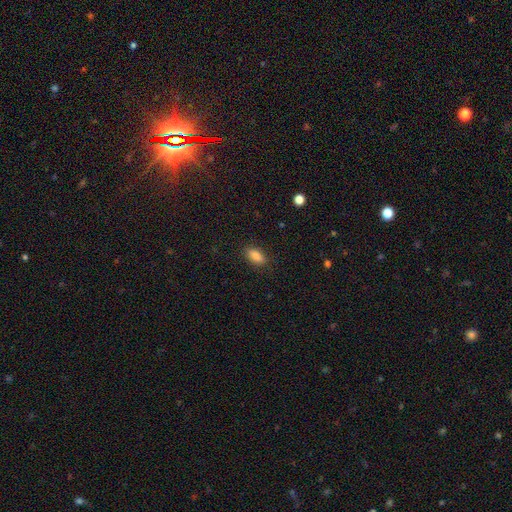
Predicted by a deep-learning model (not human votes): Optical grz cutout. It shows a smooth galaxy with no disk features (86%) that is in between round and cigar-shaped (86%). Merging: none (86%).